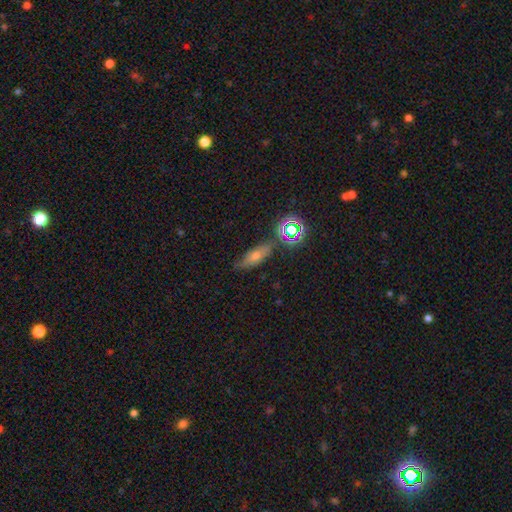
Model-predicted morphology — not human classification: type=smooth (48%); merging=none (70%).